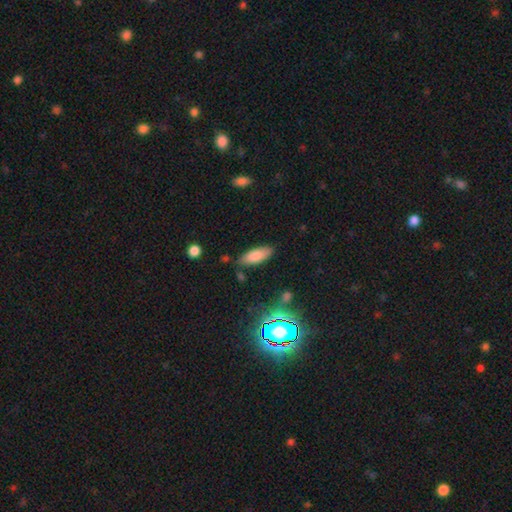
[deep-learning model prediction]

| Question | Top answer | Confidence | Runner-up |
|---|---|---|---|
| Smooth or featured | smooth | 80% | featured or disk (11%) |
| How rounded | in between | 72% | cigar-shaped (26%) |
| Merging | none | 79% | minor disturbance (15%) |